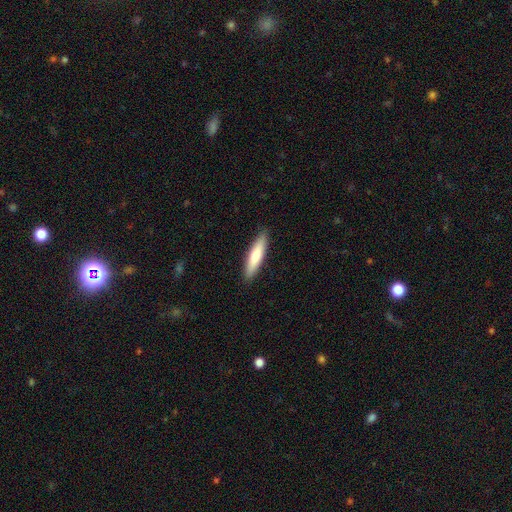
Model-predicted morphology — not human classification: The model was most divided on "smooth or featured": smooth: 73%, featured or disk: 22%, star or artifact: 5%. More confident: merging — none (90%); how rounded — cigar-shaped (79%).